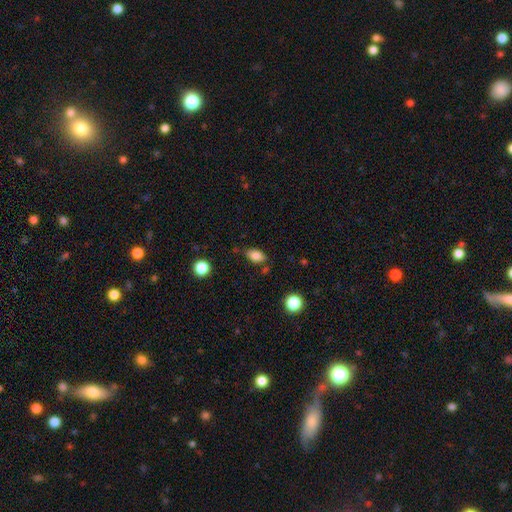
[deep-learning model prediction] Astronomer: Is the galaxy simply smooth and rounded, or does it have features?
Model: smooth — 84%.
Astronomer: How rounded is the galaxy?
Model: in between — 87%.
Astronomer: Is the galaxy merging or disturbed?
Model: none — 77%.